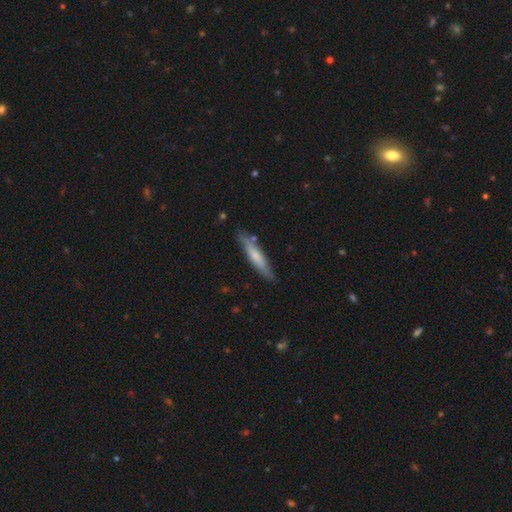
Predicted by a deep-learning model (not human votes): Smooth or featured? Predicted: smooth (p=0.57). How rounded? Predicted: cigar-shaped (p=0.87). Merging? Predicted: none (p=0.81).